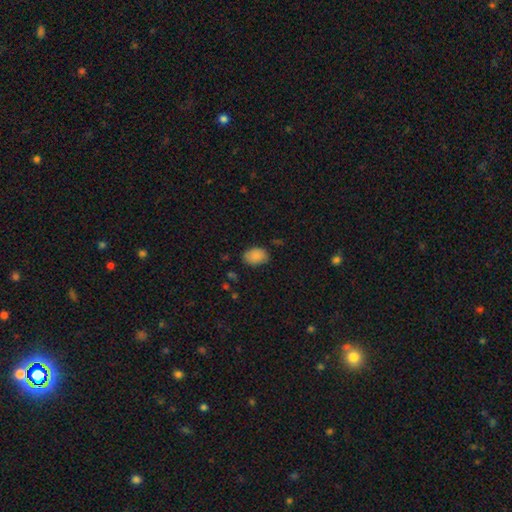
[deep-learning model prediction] This is clearly a smooth galaxy (88%). How rounded: clearly in between (81%). Merging: likely none (79%).